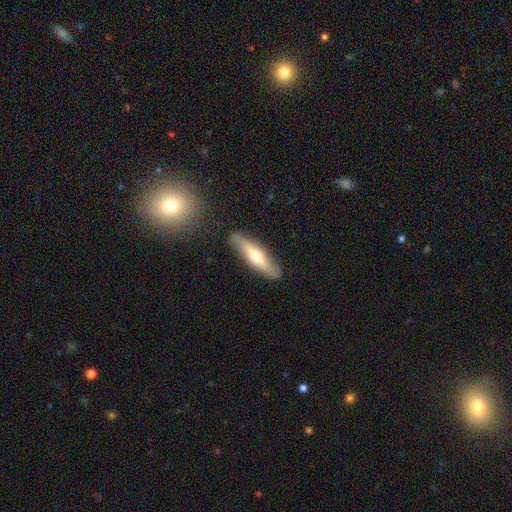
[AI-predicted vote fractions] The model was most divided on "smooth or featured": featured or disk: 49%, smooth: 45%, star or artifact: 6%. More confident: merging — none (85%).